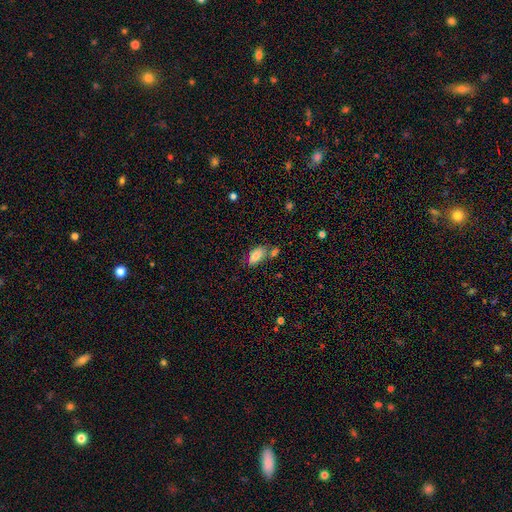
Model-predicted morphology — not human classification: Smooth or featured? smooth (79%)
How rounded? in between (91%)
Merging? none (55%)